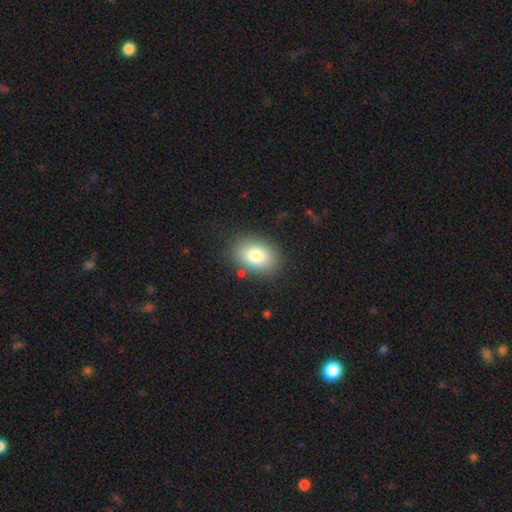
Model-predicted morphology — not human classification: A smooth galaxy with no disk features (81%) that is in between round and cigar-shaped (78%).

Vote fractions:
- Smooth or featured? smooth: 81% / featured or disk: 10% / star or artifact: 9%
- How rounded? in between: 78% / round: 21% / cigar-shaped: 1%
- Merging? none: 84% / minor disturbance: 10% / major disturbance: 4% / merger: 2%